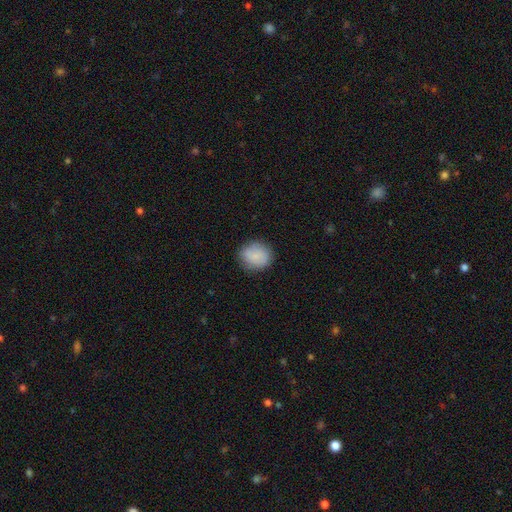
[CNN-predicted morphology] smooth 85%, featured or disk 8%, star or artifact 7%. Down the decision tree: how rounded — round (77%); merging — none (83%).